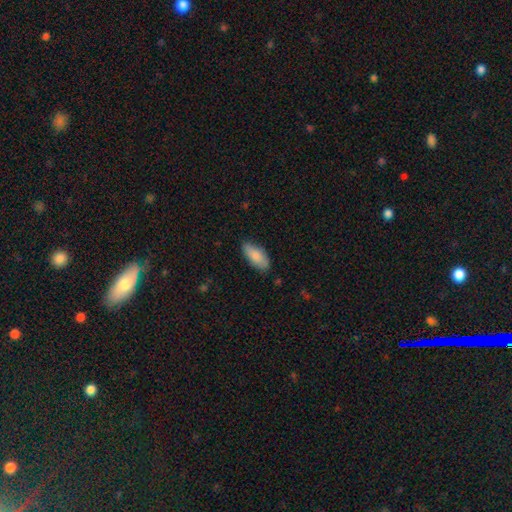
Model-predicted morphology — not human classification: type=smooth (85%); roundness=in between (86%); merging=none (79%).